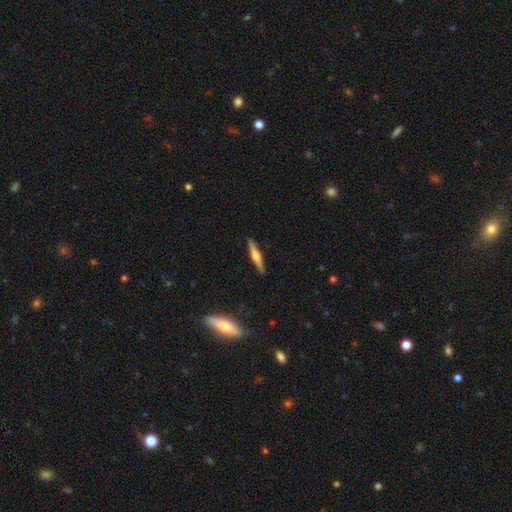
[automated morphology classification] Overall: featured or disk (62%; smooth 33%). Edge-on disk: yes (97%). Edge-on bulge: rounded (90%). Merging: none (90%).